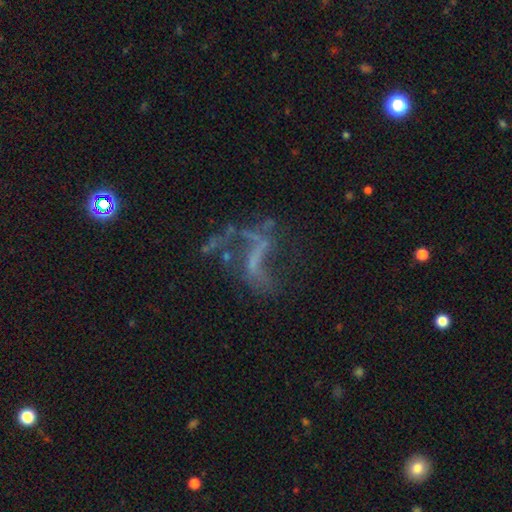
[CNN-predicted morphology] This is likely a featured or disk galaxy (68%). It is clearly not viewed edge-on (95%). Bar: marginally no (44%). Spiral arm pattern: possibly yes (59%). Central bulge: likely none (74%). Merging: marginally none (39%).